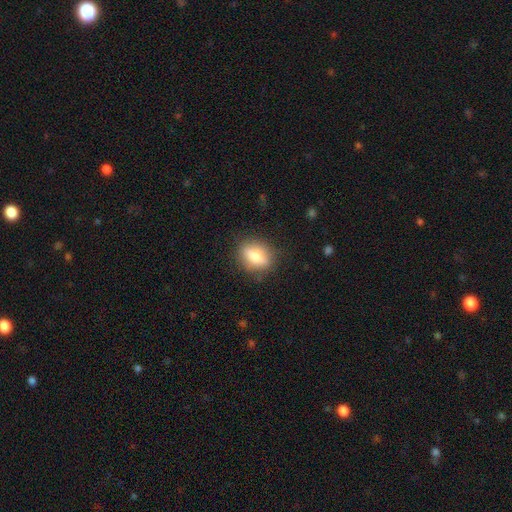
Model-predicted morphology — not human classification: Smooth or featured?
  - smooth: 70% *
  - featured or disk: 22%
  - star or artifact: 8%
How rounded?
  - in between: 66% *
  - round: 28%
  - cigar-shaped: 7%
Merging?
  - none: 83% *
  - minor disturbance: 13%
  - major disturbance: 4%
  - merger: 1%